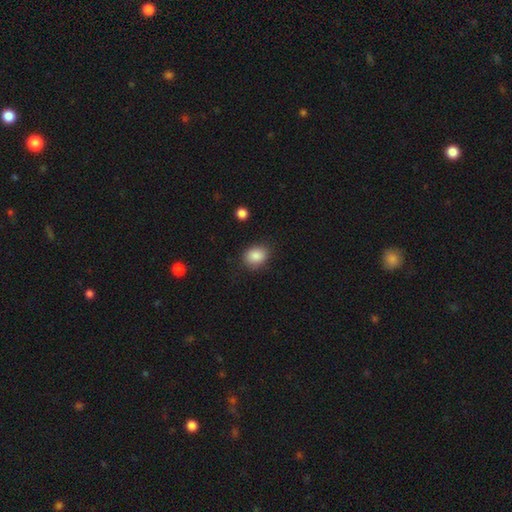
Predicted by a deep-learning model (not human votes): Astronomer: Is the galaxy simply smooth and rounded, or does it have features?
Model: smooth — 87%.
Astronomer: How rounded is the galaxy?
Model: in between — 55% (runner-up: round, 45%).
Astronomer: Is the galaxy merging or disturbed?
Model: none — 82%.